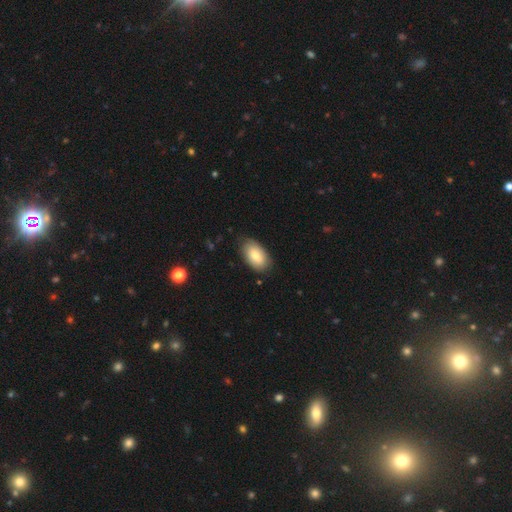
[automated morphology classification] A smooth galaxy with no disk features (79%) that is in between round and cigar-shaped (94%). Merging: none (82%).